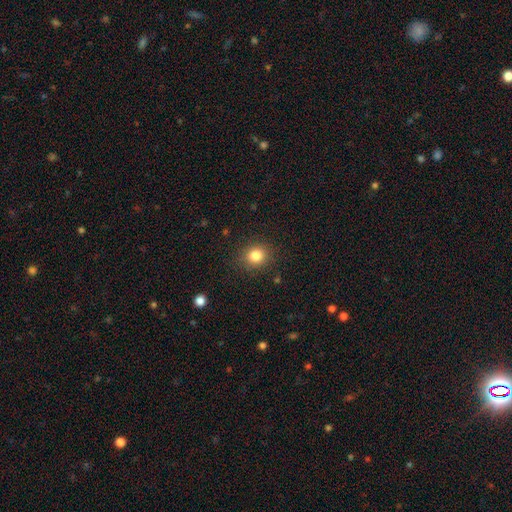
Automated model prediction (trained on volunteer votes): Morphology: type=smooth (83%); roundness=round (77%); merging=none (88%).